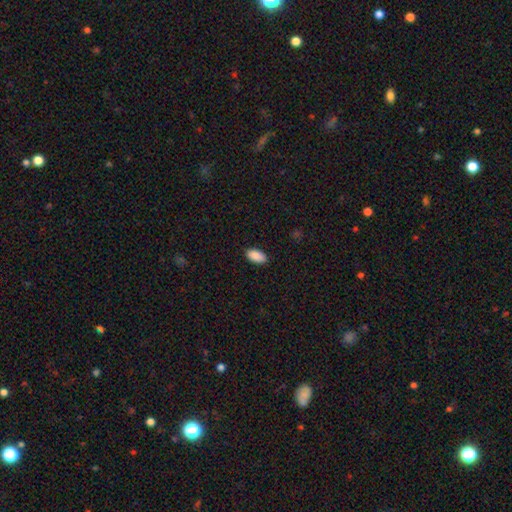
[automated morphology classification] Smooth or featured?
  - smooth: 90% *
  - star or artifact: 7%
  - featured or disk: 3%
How rounded?
  - in between: 94% *
  - cigar-shaped: 3%
  - round: 2%
Merging?
  - none: 88% *
  - minor disturbance: 9%
  - major disturbance: 2%
  - merger: 1%